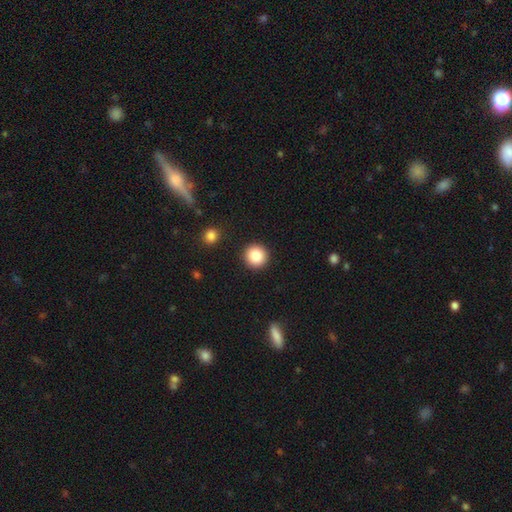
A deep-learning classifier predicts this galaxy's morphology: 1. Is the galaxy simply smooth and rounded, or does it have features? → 86% smooth, 9% star or artifact, 5% featured or disk.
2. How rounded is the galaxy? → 95% round, 4% in between, 1% cigar-shaped.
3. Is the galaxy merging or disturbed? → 92% none, 5% minor disturbance, 2% major disturbance, 2% merger.